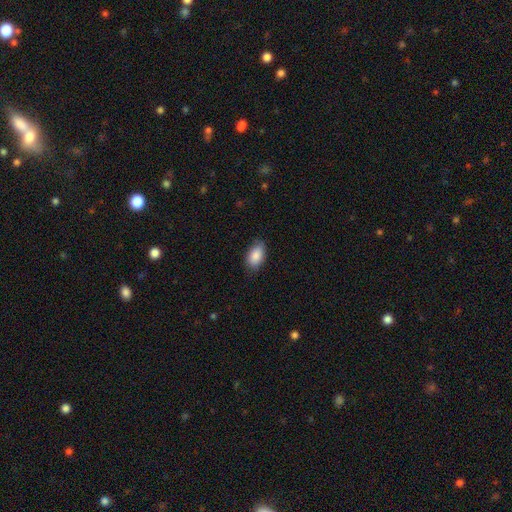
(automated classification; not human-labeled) smooth-or-featured: smooth: 87% | star or artifact: 7% | featured or disk: 6%
  how-rounded: in between: 93% | round: 5% | cigar-shaped: 2%
  merging: none: 81% | minor disturbance: 15% | major disturbance: 3% | merger: 1%